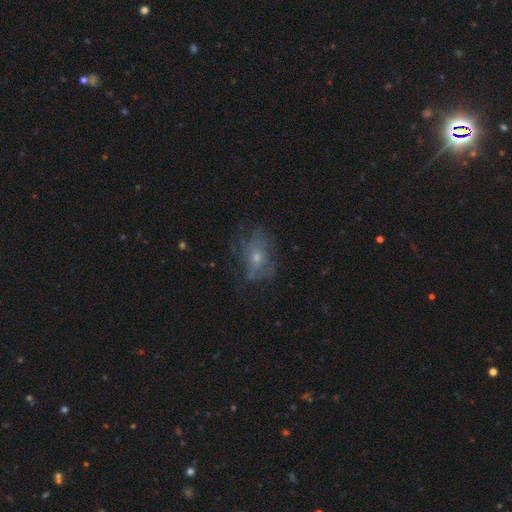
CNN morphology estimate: smooth_or_featured: featured or disk (p=0.50) [alt: smooth p=0.33]
disk_edge_on: no (p=0.94) [alt: yes p=0.06]
merging: none (p=0.60) [alt: minor disturbance p=0.21]